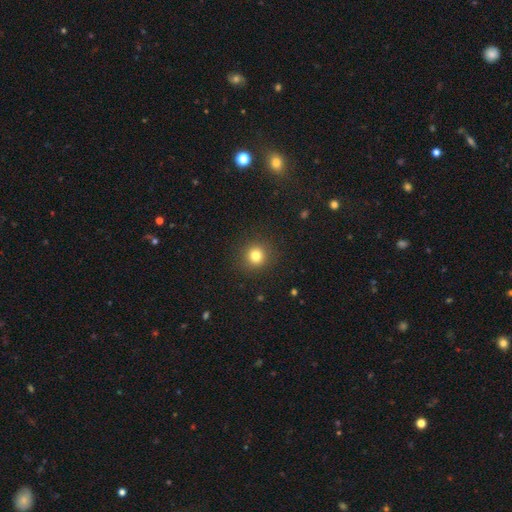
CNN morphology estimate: smooth-or-featured: smooth: 81% | star or artifact: 13% | featured or disk: 6%
  how-rounded: round: 93% | in between: 6% | cigar-shaped: 1%
  merging: none: 90% | minor disturbance: 6% | major disturbance: 3% | merger: 1%